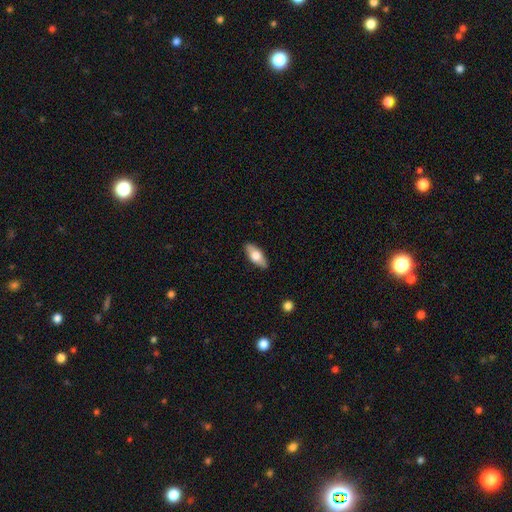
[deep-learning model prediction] smooth-or-featured: smooth: 63% | featured or disk: 31% | star or artifact: 6%
  how-rounded: in between: 80% | cigar-shaped: 17% | round: 3%
  merging: none: 88% | minor disturbance: 9% | major disturbance: 2% | merger: 1%